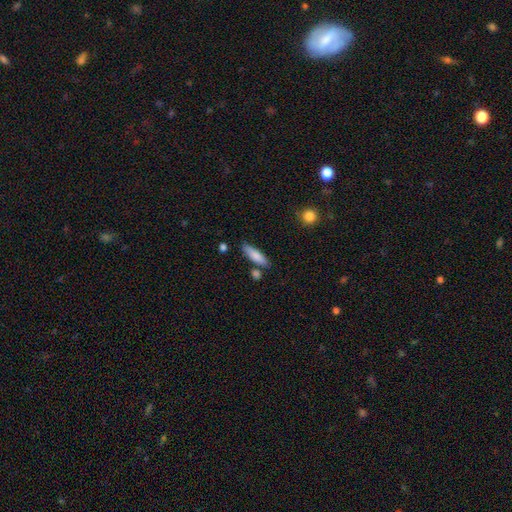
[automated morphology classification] type=smooth (83%); roundness=cigar-shaped (55%); merging=none (77%).